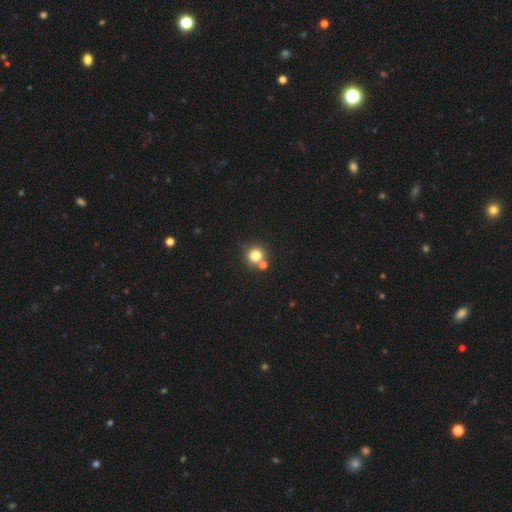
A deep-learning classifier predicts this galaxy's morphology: smooth_or_featured: smooth (p=0.79) [alt: star or artifact p=0.13]
how_rounded: round (p=0.92) [alt: in between p=0.07]
merging: none (p=0.67) [alt: merger p=0.22]